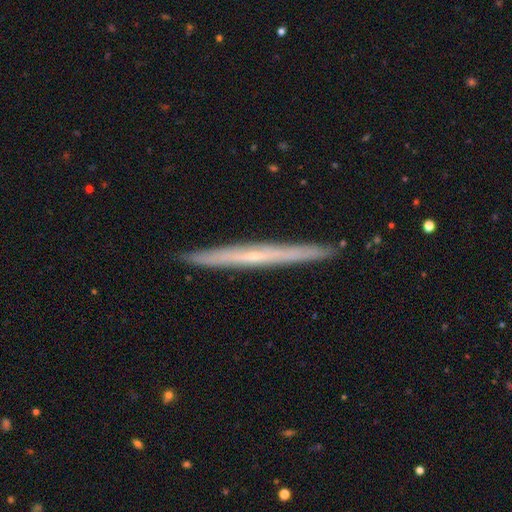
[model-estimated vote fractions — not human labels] Smooth or featured? featured or disk (68%)
Edge-on disk? yes (97%)
Edge-on bulge? none (62%)
Merging? none (92%)